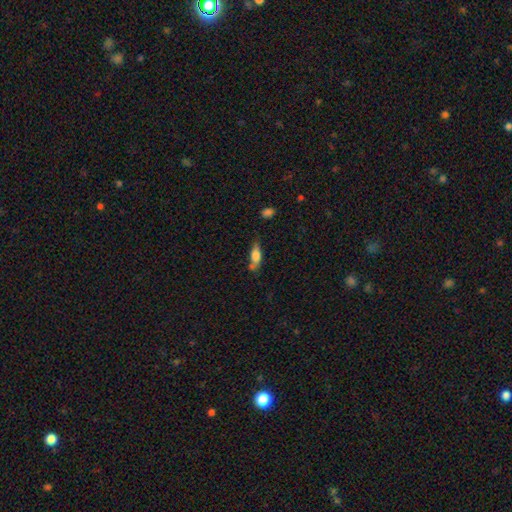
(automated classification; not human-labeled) This is likely a smooth galaxy (67%). How rounded: possibly in between (56%). Merging: possibly none (57%).